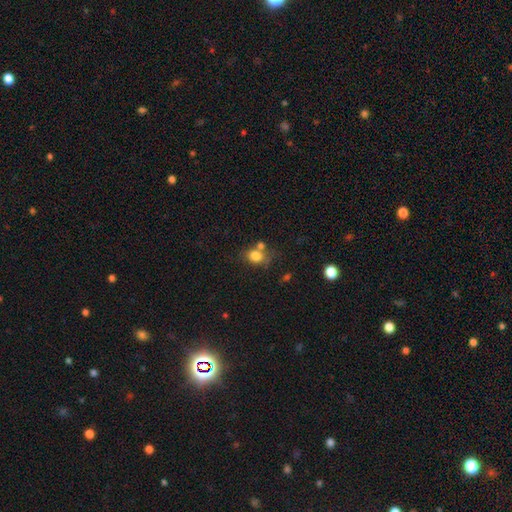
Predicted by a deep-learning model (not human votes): smooth-or-featured: smooth: 79% | star or artifact: 11% | featured or disk: 10%
  how-rounded: round: 56% | in between: 43% | cigar-shaped: 1%
  merging: none: 52% | merger: 26% | minor disturbance: 16% | major disturbance: 7%